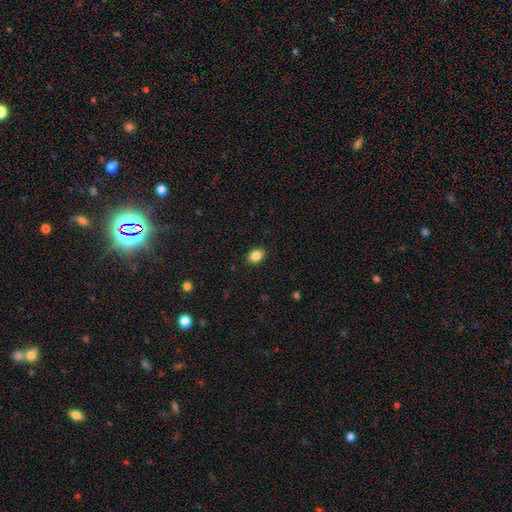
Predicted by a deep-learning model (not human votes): Morphology: type=smooth (85%); roundness=in between (73%); merging=none (89%).